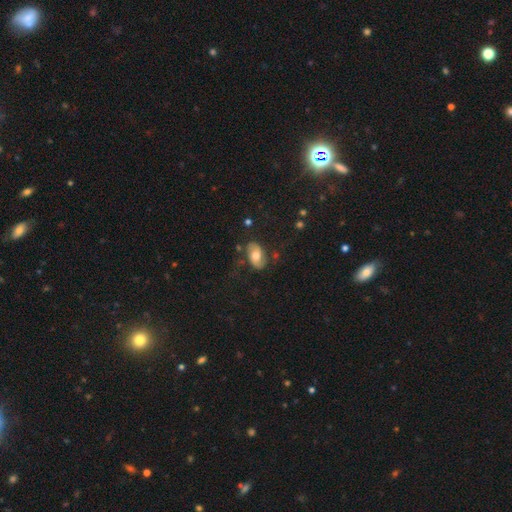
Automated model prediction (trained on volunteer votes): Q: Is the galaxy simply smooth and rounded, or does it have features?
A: smooth — 53%.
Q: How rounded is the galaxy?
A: in between — 90%.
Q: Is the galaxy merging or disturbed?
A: none — 67%.